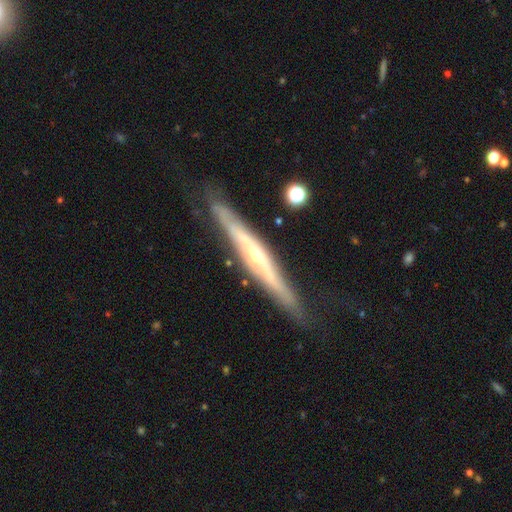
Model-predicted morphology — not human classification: smooth_or_featured: featured or disk (p=0.79) [alt: smooth p=0.15]
disk_edge_on: yes (p=0.86) [alt: no p=0.14]
edge_on_bulge: rounded (p=0.72) [alt: none p=0.23]
merging: none (p=0.77) [alt: minor disturbance p=0.17]